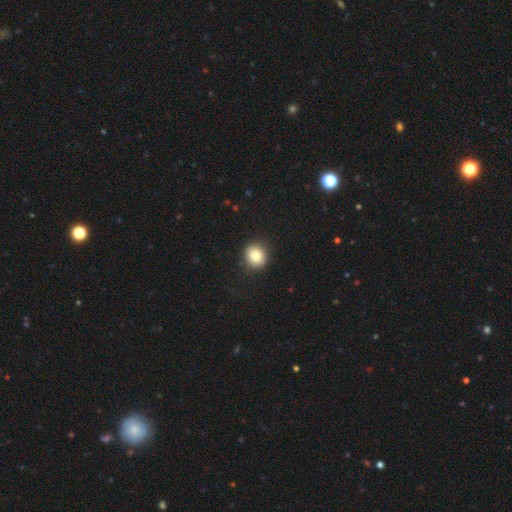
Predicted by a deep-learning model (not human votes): Smooth or featured: smooth — 81% (star or artifact — 10%)
How rounded: round — 81% (in between — 18%)
Merging: none — 90% (minor disturbance — 7%)